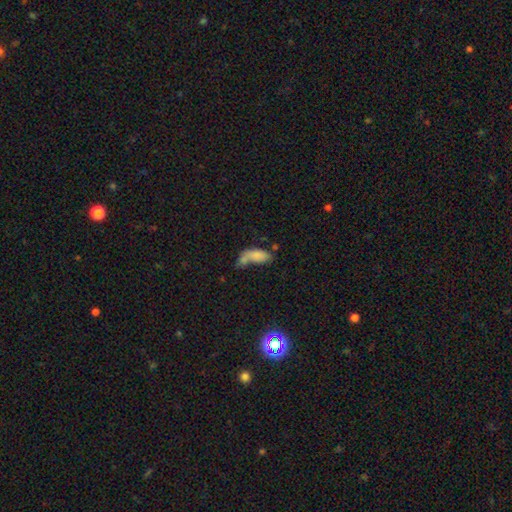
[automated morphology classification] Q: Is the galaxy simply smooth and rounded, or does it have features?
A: smooth — 77%.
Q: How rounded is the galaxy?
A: in between — 82%.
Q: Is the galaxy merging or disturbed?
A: merger — 37%.